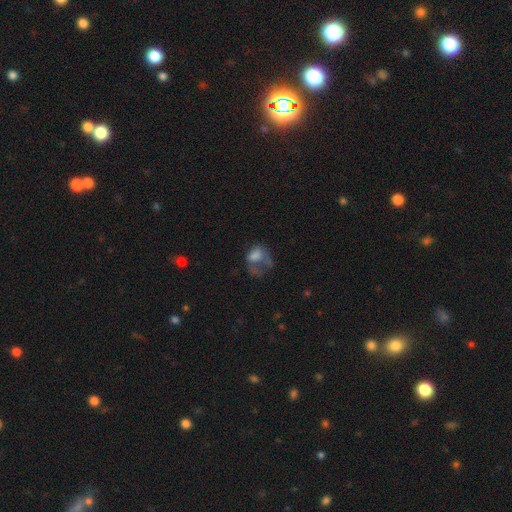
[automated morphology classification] smooth-or-featured: smooth: 59% | featured or disk: 28% | star or artifact: 13%
  how-rounded: in between: 66% | round: 32% | cigar-shaped: 1%
  merging: major disturbance: 51% | none: 21% | minor disturbance: 18% | merger: 10%